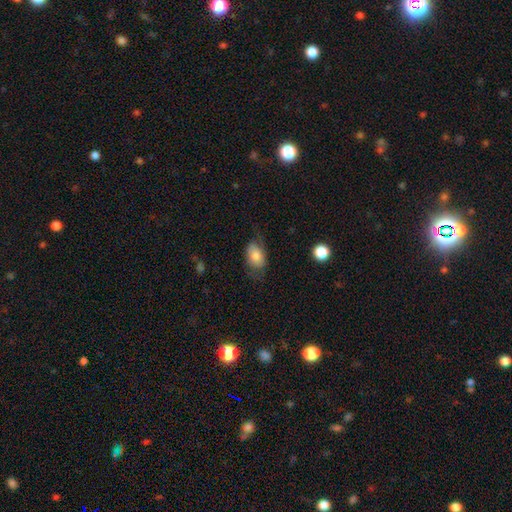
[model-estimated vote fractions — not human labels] This is likely a smooth galaxy (74%). How rounded: clearly in between (86%). Merging: possibly none (59%).